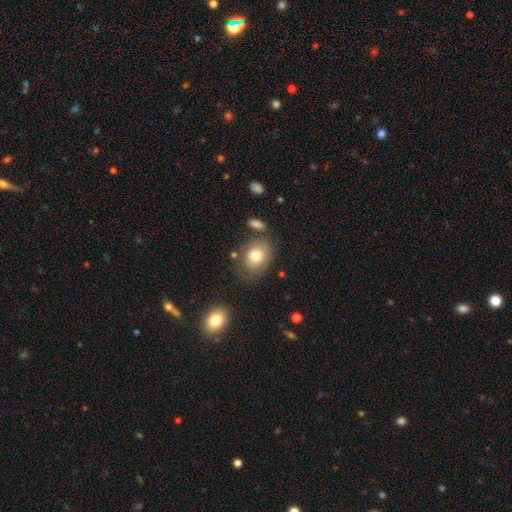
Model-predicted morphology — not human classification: Smooth or featured? smooth (76%)
How rounded? in between (54%)
Merging? none (70%)